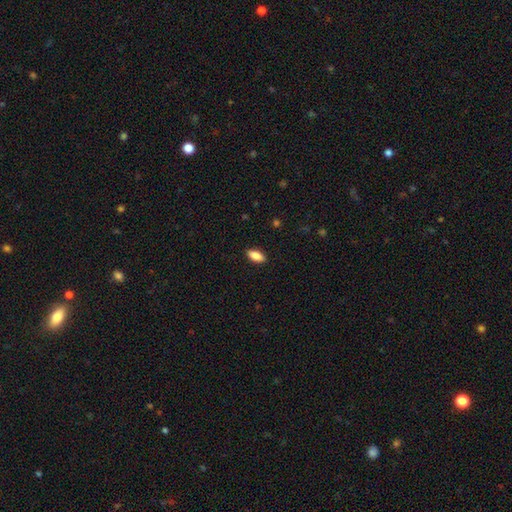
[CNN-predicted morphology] type=smooth (83%); roundness=in between (87%); merging=none (89%).